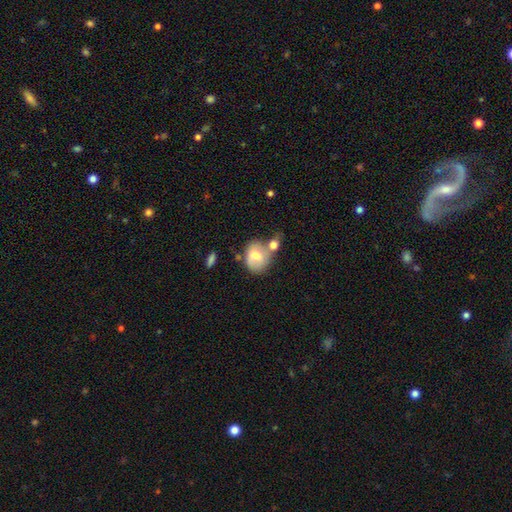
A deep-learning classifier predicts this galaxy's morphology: The model was most divided on "merging": none: 38%, merger: 37%, minor disturbance: 17%, major disturbance: 7%. More confident: smooth or featured — smooth (64%); how rounded — round (54%).